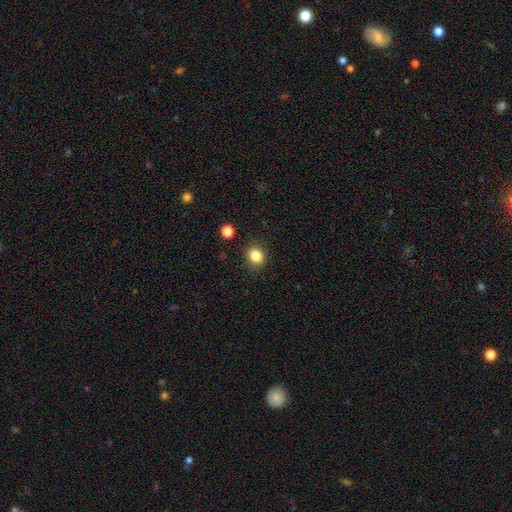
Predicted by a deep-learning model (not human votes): Q: Smooth or featured?
A: smooth (84%); runner-up: star or artifact (11%)
Q: How rounded?
A: round (68%); runner-up: in between (31%)
Q: Merging?
A: none (87%); runner-up: minor disturbance (8%)